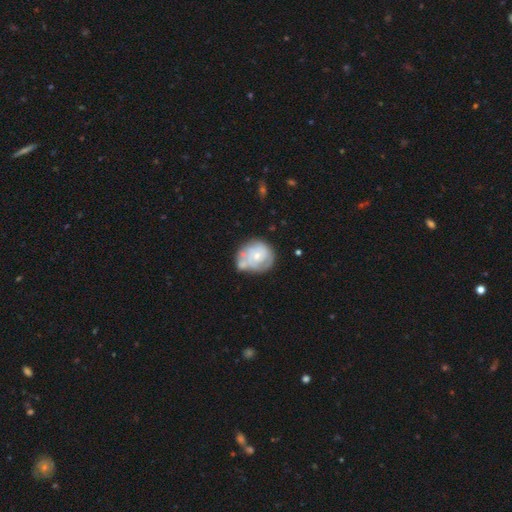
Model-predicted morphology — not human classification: This appears to be a featured or disk galaxy (57%) with no bar (83%), spiral arms (54%) and a small central bulge (60%). Merging: none (46%).